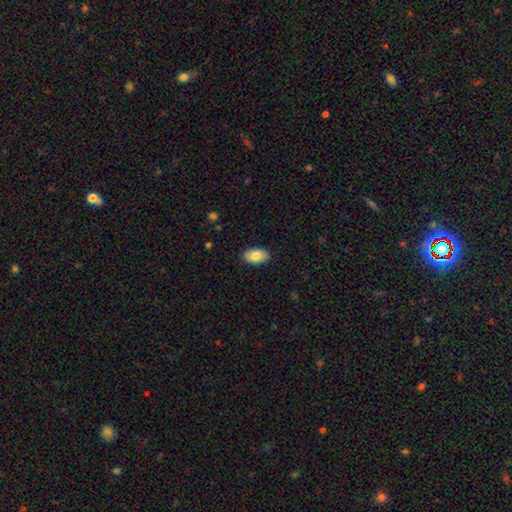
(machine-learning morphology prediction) Smooth or featured: smooth — 83% (featured or disk — 10%)
How rounded: in between — 94% (round — 4%)
Merging: none — 89% (minor disturbance — 9%)